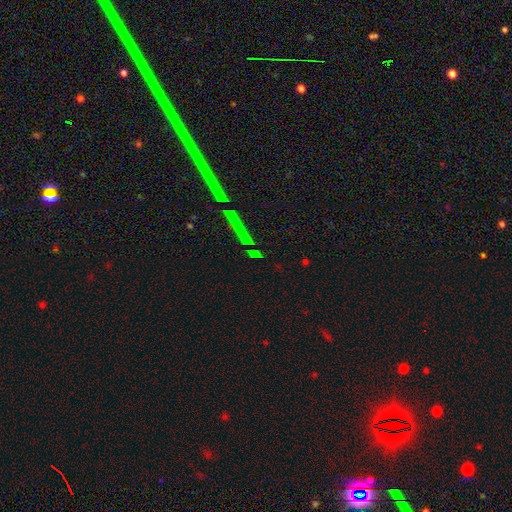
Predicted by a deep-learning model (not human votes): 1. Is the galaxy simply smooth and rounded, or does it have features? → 69% star or artifact, 17% smooth, 15% featured or disk.